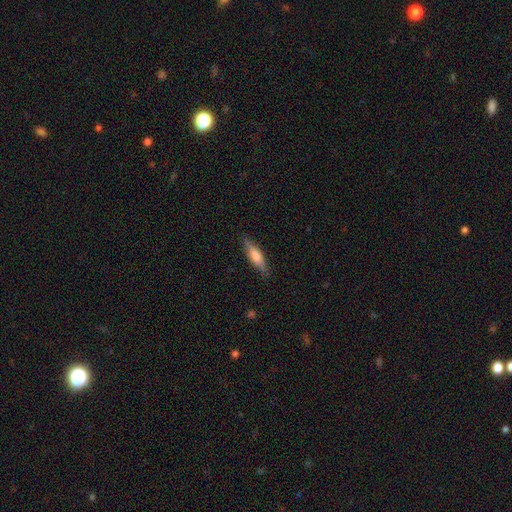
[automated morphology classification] Smooth or featured?
  - smooth: 60% *
  - featured or disk: 34%
  - star or artifact: 6%
How rounded?
  - cigar-shaped: 70% *
  - in between: 28%
  - round: 2%
Merging?
  - none: 86% *
  - minor disturbance: 10%
  - major disturbance: 2%
  - merger: 1%